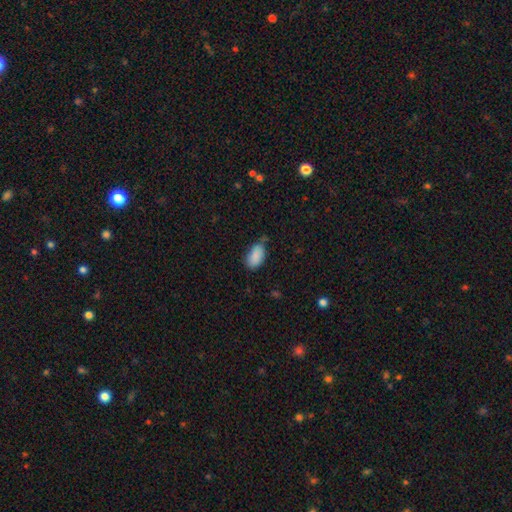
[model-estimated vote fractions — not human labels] smooth_or_featured: smooth (p=0.88) [alt: star or artifact p=0.07]
how_rounded: in between (p=0.93) [alt: round p=0.04]
merging: none (p=0.58) [alt: minor disturbance p=0.32]